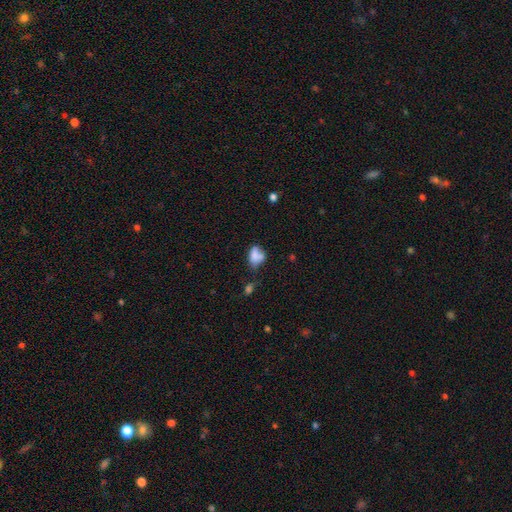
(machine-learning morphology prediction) A smooth galaxy with no disk features (72%) that is in between round and cigar-shaped (75%). Merging: none (34%).